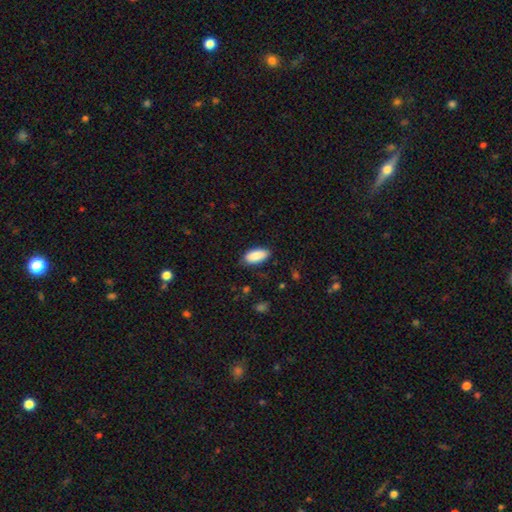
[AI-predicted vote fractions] smooth 88%, star or artifact 6%, featured or disk 5%. Down the decision tree: how rounded — in between (90%); merging — none (84%).